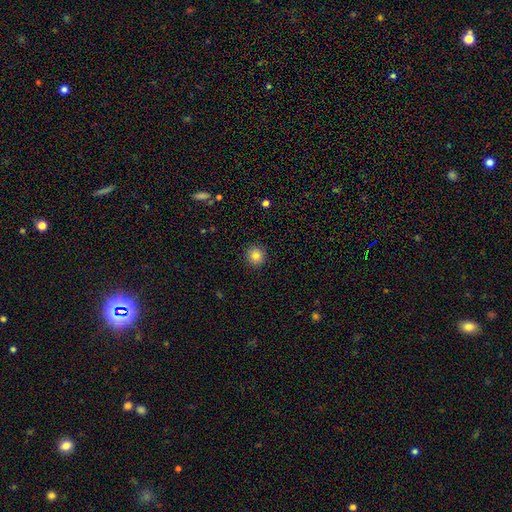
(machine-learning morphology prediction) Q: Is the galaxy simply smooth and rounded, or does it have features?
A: smooth — 83%.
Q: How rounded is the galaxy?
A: round — 94%.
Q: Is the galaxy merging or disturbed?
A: none — 92%.